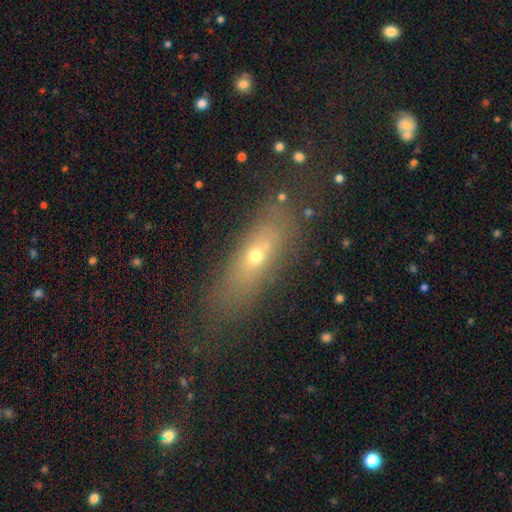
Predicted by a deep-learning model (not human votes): The model was most divided on "how rounded": cigar-shaped: 47%, in between: 45%, round: 8%. More confident: merging — none (70%); smooth or featured — smooth (54%).